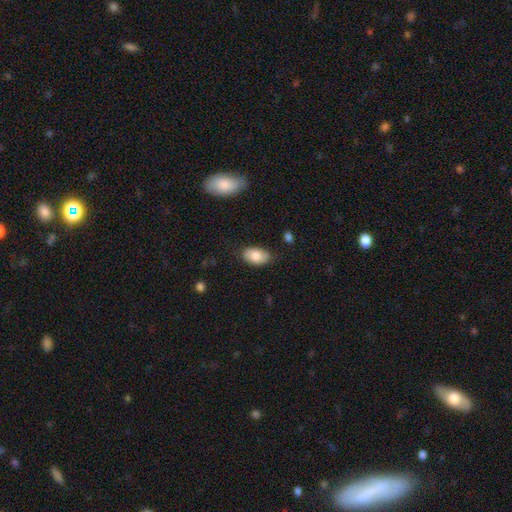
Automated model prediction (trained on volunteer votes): Smooth or featured?
  - smooth: 79% *
  - featured or disk: 15%
  - star or artifact: 7%
How rounded?
  - in between: 93% *
  - round: 6%
  - cigar-shaped: 1%
Merging?
  - none: 76% *
  - minor disturbance: 19%
  - major disturbance: 3%
  - merger: 2%